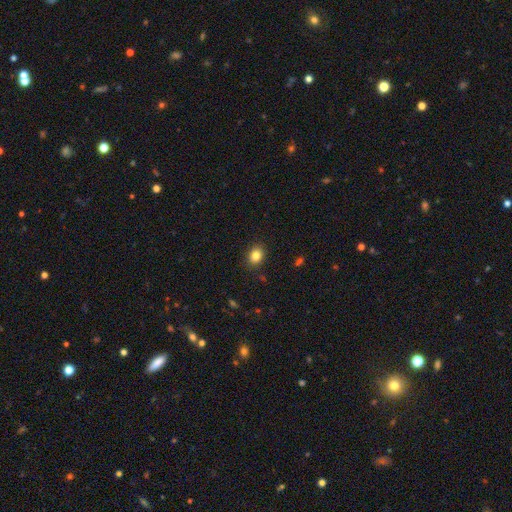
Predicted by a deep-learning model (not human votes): Smooth or featured?
  - smooth: 84% *
  - star or artifact: 11%
  - featured or disk: 6%
How rounded?
  - in between: 50% *
  - round: 49%
  - cigar-shaped: 1%
Merging?
  - none: 89% *
  - minor disturbance: 8%
  - major disturbance: 2%
  - merger: 1%